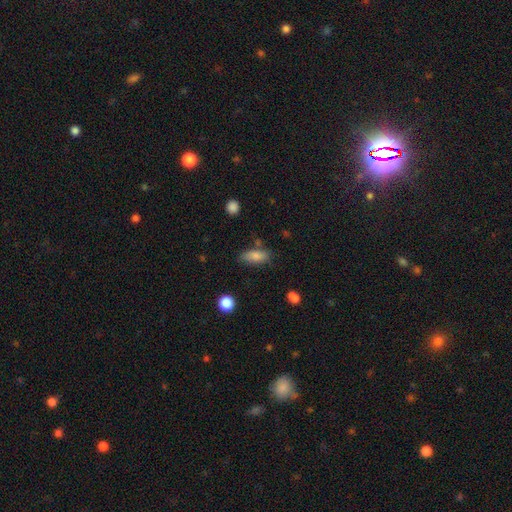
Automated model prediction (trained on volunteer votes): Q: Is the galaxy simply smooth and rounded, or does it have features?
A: smooth — 83%.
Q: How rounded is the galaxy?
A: in between — 82%.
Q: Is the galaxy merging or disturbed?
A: none — 70%.